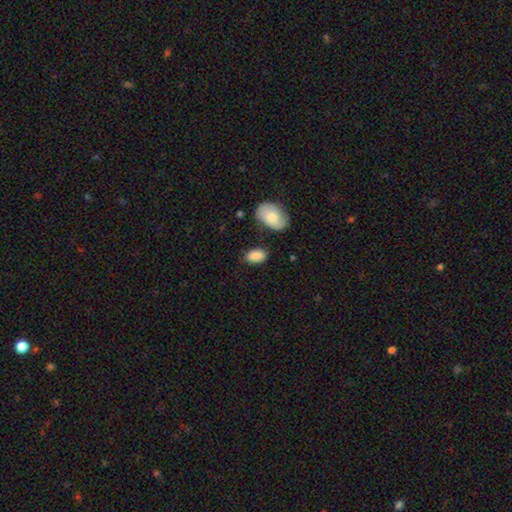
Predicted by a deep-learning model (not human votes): Morphology: type=smooth (87%); roundness=in between (91%); merging=none (73%).